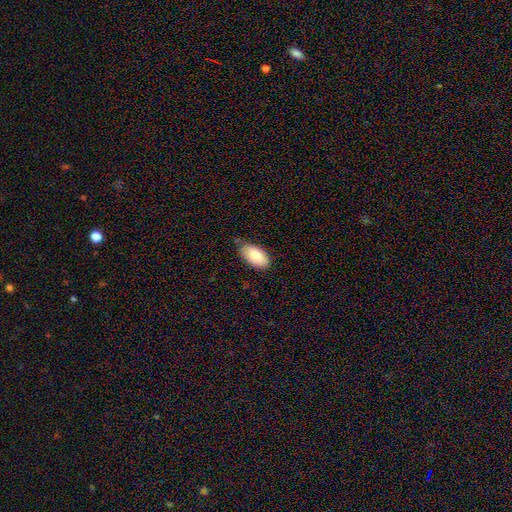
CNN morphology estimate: Smooth or featured? Predicted: smooth (p=0.86). How rounded? Predicted: in between (p=0.95). Merging? Predicted: none (p=0.76).